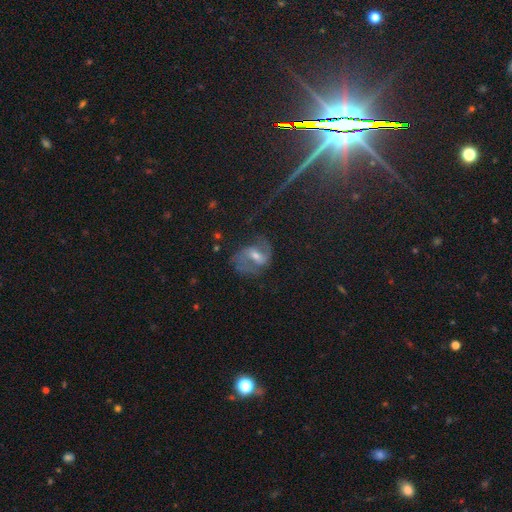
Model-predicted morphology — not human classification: Smooth or featured? Predicted: featured or disk (p=0.69). Edge-on disk? Predicted: no (p=0.96). Bar? Predicted: weak (p=0.49). Spiral arms? Predicted: yes (p=0.87). Spiral winding? Predicted: medium (p=0.48). Spiral arm count? Predicted: 2 (p=0.80). Bulge size? Predicted: moderate (p=0.55). Merging? Predicted: none (p=0.59).